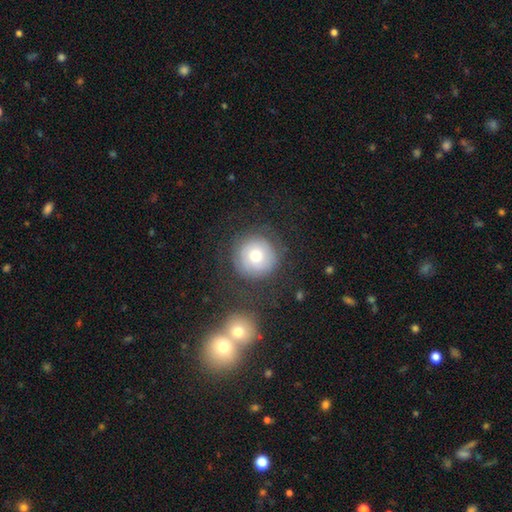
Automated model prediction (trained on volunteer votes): Smooth or featured: smooth — 63% (featured or disk — 28%)
How rounded: round — 95% (in between — 4%)
Merging: none — 73% (minor disturbance — 12%)